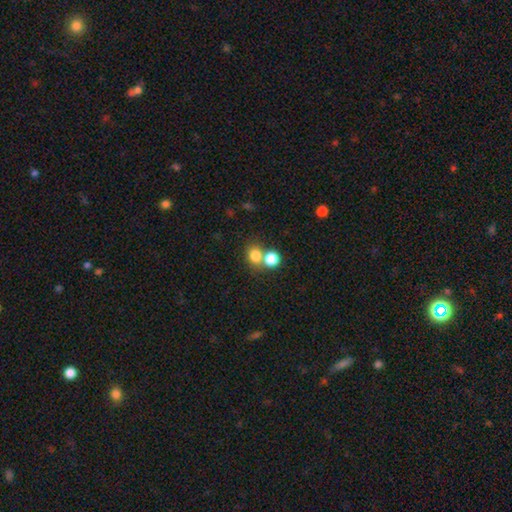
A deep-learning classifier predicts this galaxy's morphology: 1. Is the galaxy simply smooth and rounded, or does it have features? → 80% smooth, 12% star or artifact, 8% featured or disk.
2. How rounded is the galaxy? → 77% round, 22% in between, 1% cigar-shaped.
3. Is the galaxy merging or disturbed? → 51% none, 39% merger, 7% minor disturbance, 3% major disturbance.